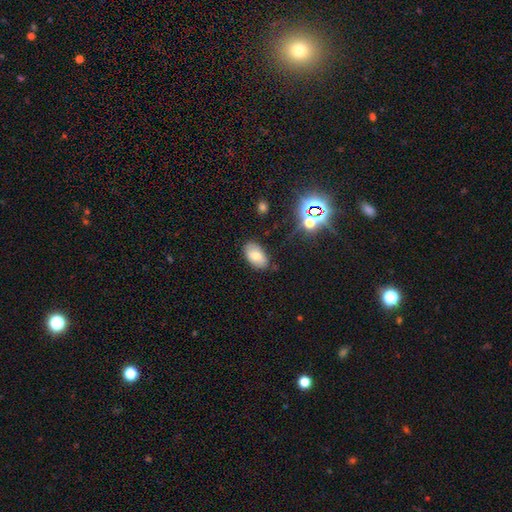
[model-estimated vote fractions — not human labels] This appears to be a smooth galaxy with no disk features (71%) that is in between round and cigar-shaped (93%). Merging: none (81%).